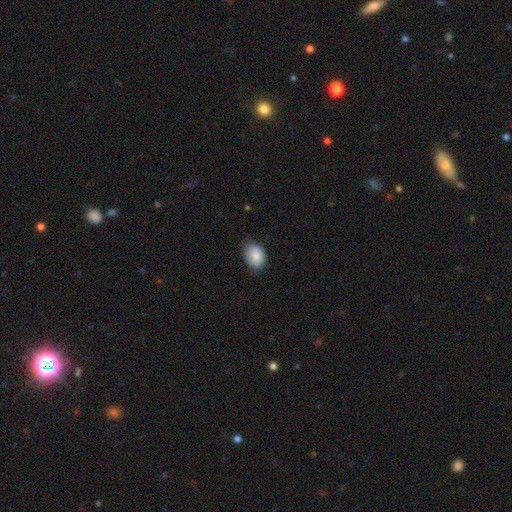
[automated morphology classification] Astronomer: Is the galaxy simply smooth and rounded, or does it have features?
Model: smooth — 86%.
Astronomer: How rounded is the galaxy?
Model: in between — 82%.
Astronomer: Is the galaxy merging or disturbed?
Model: none — 73%.